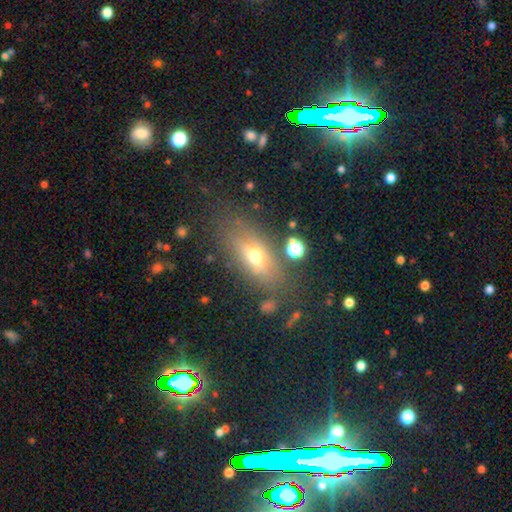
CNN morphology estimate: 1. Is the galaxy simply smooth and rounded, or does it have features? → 53% smooth, 33% featured or disk, 15% star or artifact.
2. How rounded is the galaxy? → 68% in between, 23% cigar-shaped, 9% round.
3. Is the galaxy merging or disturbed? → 71% none, 16% minor disturbance, 9% major disturbance, 5% merger.